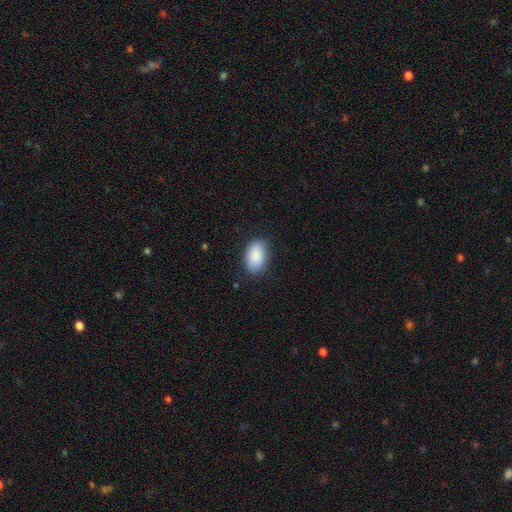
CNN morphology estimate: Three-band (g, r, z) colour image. It shows a smooth galaxy with no disk features (88%) that is in between round and cigar-shaped (92%). Merging: none (80%).